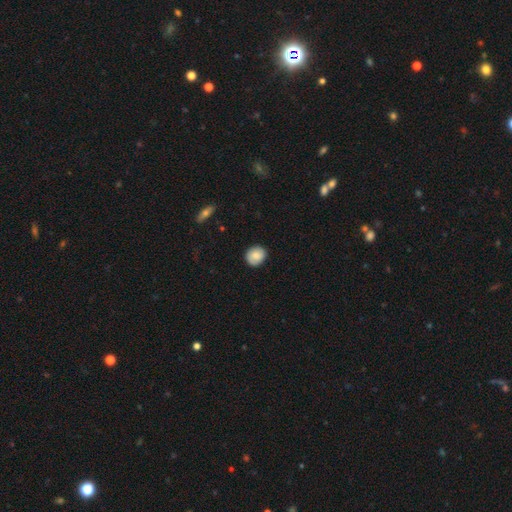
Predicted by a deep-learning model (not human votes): smooth_or_featured: smooth (p=0.82) [alt: featured or disk p=0.10]
how_rounded: round (p=0.79) [alt: in between p=0.20]
merging: none (p=0.86) [alt: minor disturbance p=0.11]